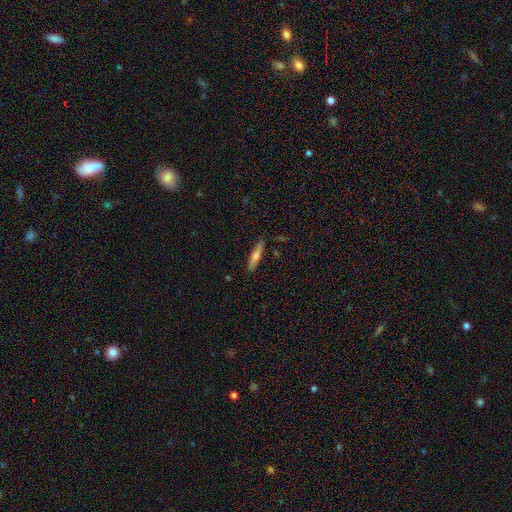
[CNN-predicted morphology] Smooth or featured? Predicted: smooth (p=0.57). How rounded? Predicted: cigar-shaped (p=0.85). Merging? Predicted: none (p=0.83).